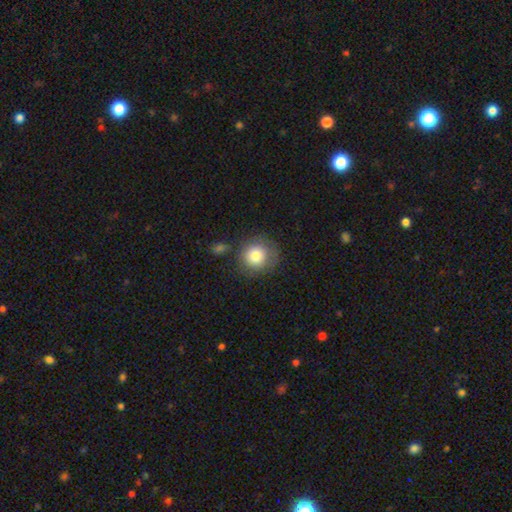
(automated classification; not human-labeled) This appears to be a smooth galaxy with no disk features (81%) that is round (90%). Merging: none (74%).